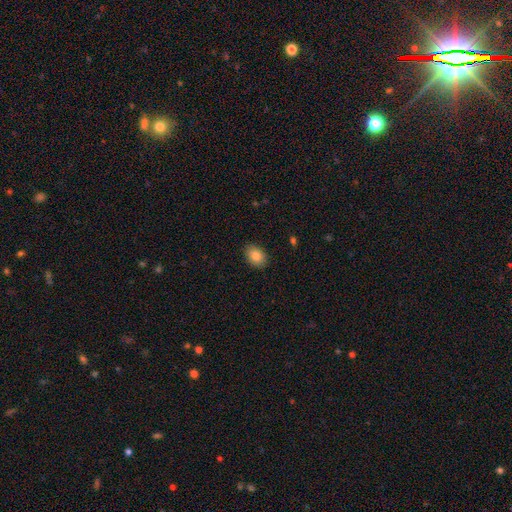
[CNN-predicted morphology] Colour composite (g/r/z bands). It shows a smooth galaxy with no disk features (85%) that is in between round and cigar-shaped (76%). Merging: none (88%).